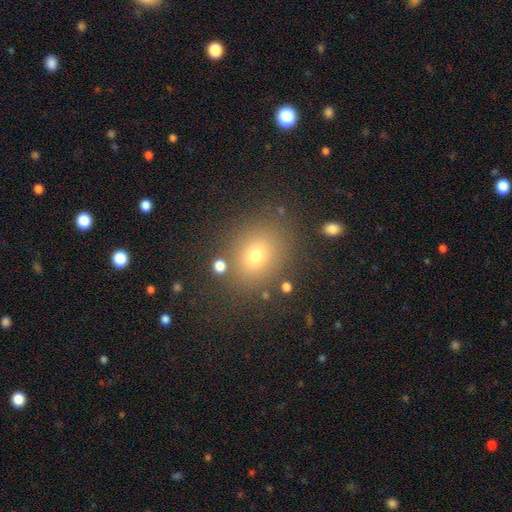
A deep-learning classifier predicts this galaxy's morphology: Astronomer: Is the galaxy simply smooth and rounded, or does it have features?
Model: smooth — 67%.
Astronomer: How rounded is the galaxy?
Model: round — 60% (runner-up: in between, 39%).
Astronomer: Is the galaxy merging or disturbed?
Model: none — 84%.